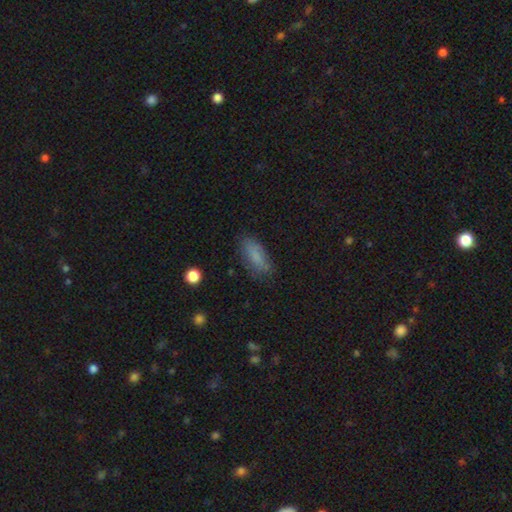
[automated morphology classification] The model was most divided on "how rounded": in between: 74%, cigar-shaped: 23%, round: 3%. More confident: smooth or featured — smooth (80%); merging — none (74%).